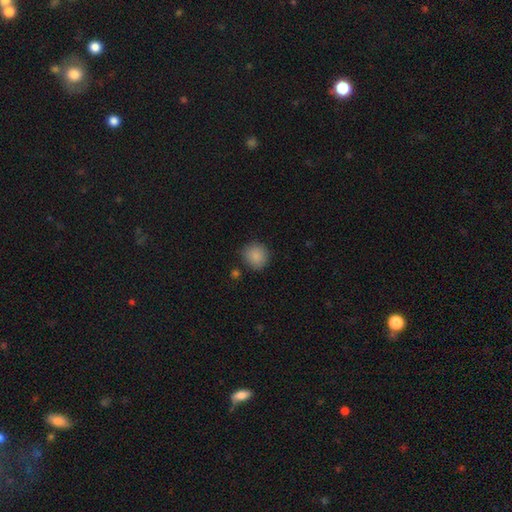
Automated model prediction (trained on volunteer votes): Smooth or featured?
  - smooth: 88% *
  - star or artifact: 8%
  - featured or disk: 4%
How rounded?
  - round: 89% *
  - in between: 10%
  - cigar-shaped: 1%
Merging?
  - none: 85% *
  - minor disturbance: 10%
  - major disturbance: 3%
  - merger: 2%